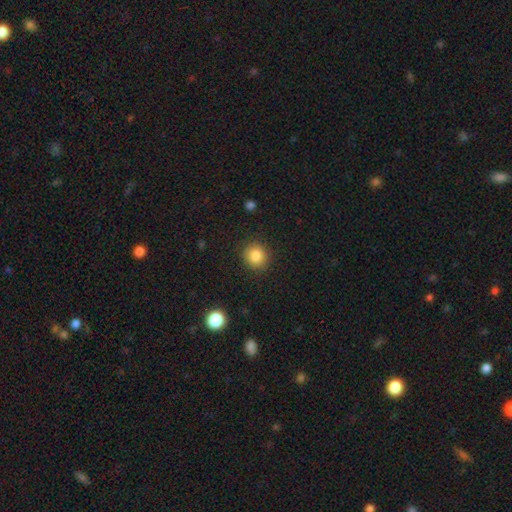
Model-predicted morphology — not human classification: Smooth or featured? smooth (85%)
How rounded? round (89%)
Merging? none (89%)